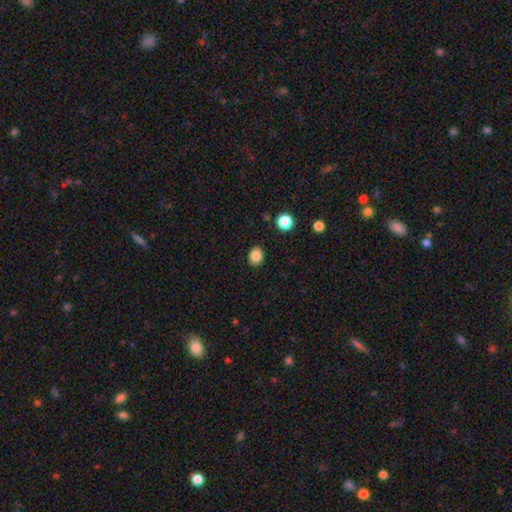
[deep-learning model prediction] This appears to be a smooth galaxy with no disk features (86%) that is round (55%). Merging: none (89%).